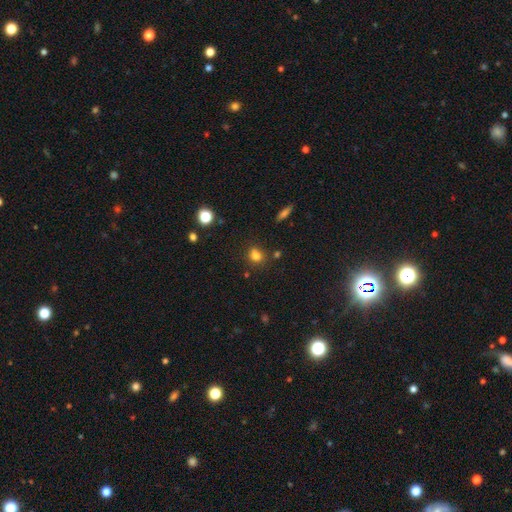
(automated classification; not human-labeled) This appears to be a smooth galaxy with no disk features (77%) that is round (65%). Merging: none (70%).